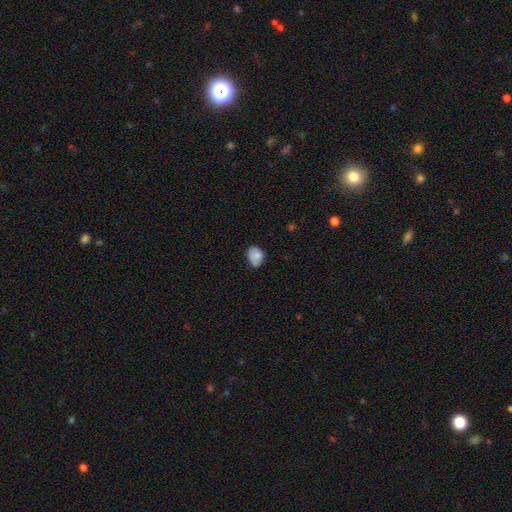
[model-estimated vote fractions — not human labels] This appears to be a smooth galaxy with no disk features (82%) that is in between round and cigar-shaped (71%). Merging: none (60%).